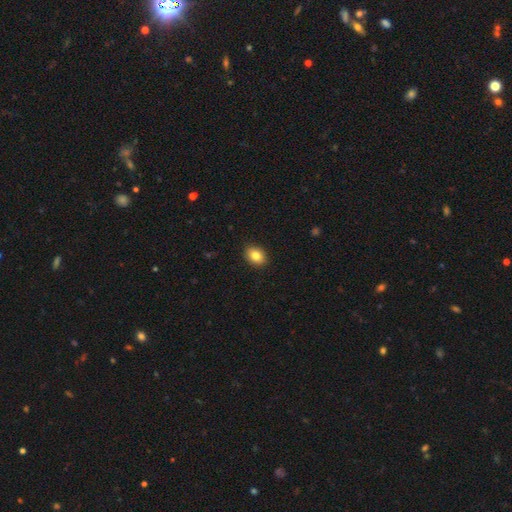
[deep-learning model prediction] Q: Smooth or featured?
A: smooth (83%); runner-up: star or artifact (9%)
Q: How rounded?
A: in between (59%); runner-up: round (40%)
Q: Merging?
A: none (91%); runner-up: minor disturbance (7%)